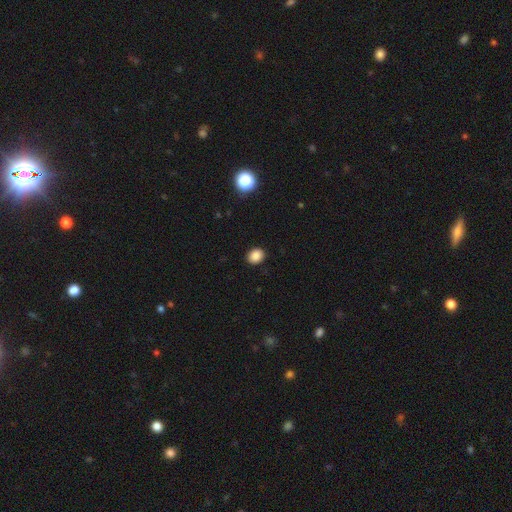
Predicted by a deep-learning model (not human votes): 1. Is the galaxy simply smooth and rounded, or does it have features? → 87% smooth, 10% star or artifact, 3% featured or disk.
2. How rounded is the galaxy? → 55% round, 44% in between, 1% cigar-shaped.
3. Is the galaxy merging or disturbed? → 90% none, 7% minor disturbance, 2% major disturbance, 1% merger.